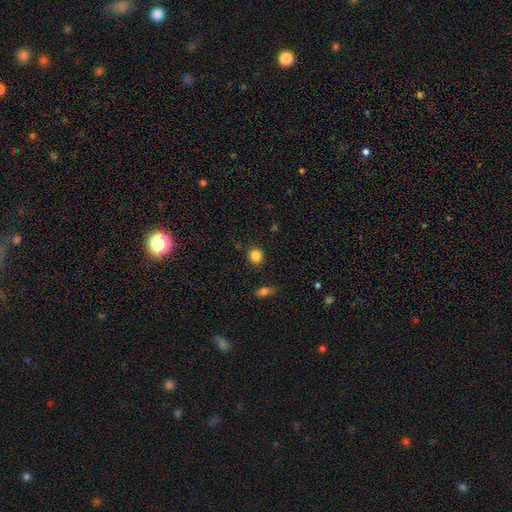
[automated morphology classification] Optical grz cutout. It shows a smooth galaxy with no disk features (85%) that is round (84%). Merging: none (88%).